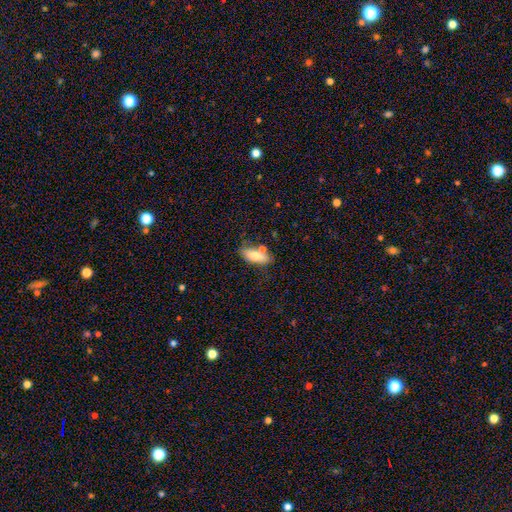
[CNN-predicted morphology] A smooth galaxy with no disk features (73%) that is in between round and cigar-shaped (65%). Merging: none (62%).